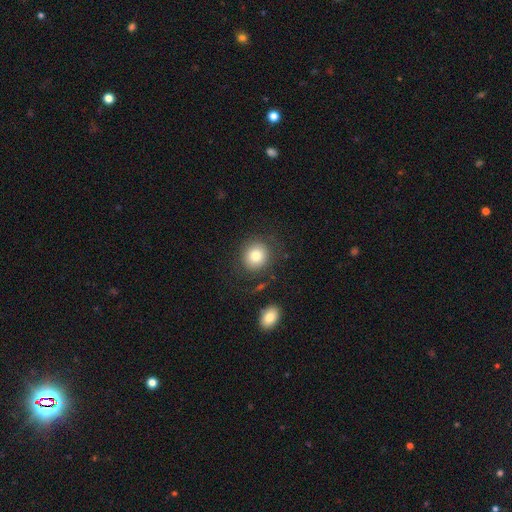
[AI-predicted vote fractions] Smooth or featured: smooth — 80% (featured or disk — 10%)
How rounded: round — 83% (in between — 16%)
Merging: none — 82% (minor disturbance — 10%)